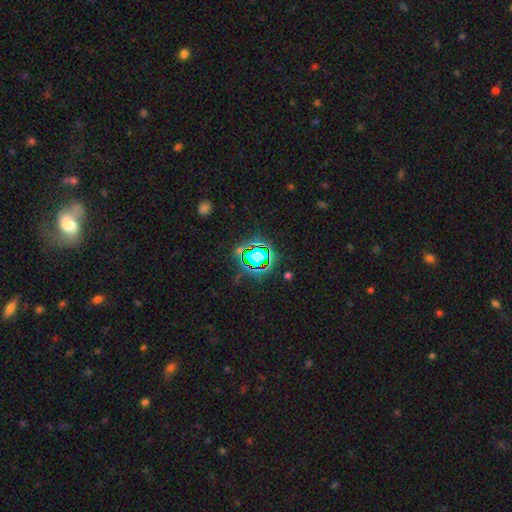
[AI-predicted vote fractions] This appears to be a star or artifact, not a galaxy (75%).